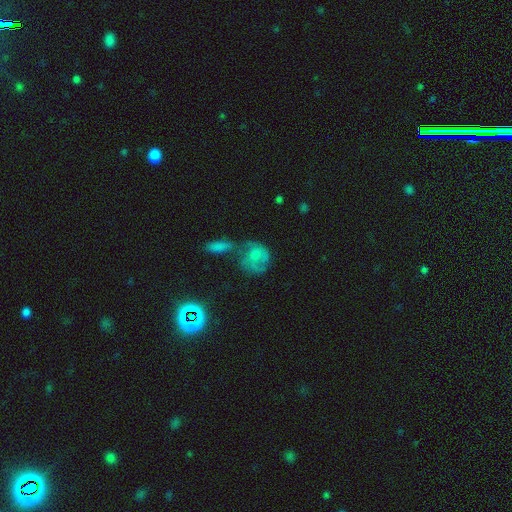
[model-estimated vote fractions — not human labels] Morphology: type=smooth (49%); merging=merger (30%, tied with none).